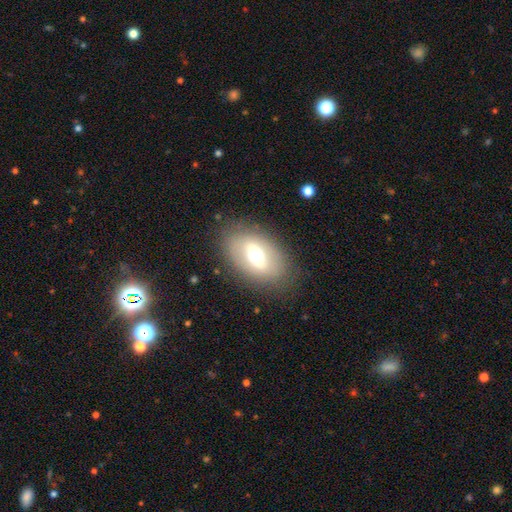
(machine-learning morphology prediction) This is possibly a smooth galaxy (46%). Merging: clearly none (80%).